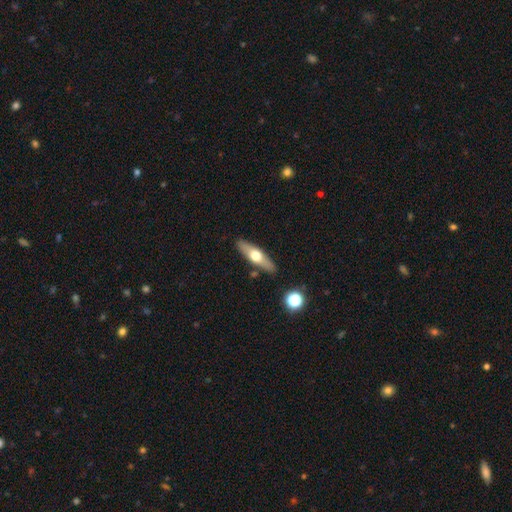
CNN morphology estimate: This appears to be a featured or disk galaxy (49%). Merging: none (86%).